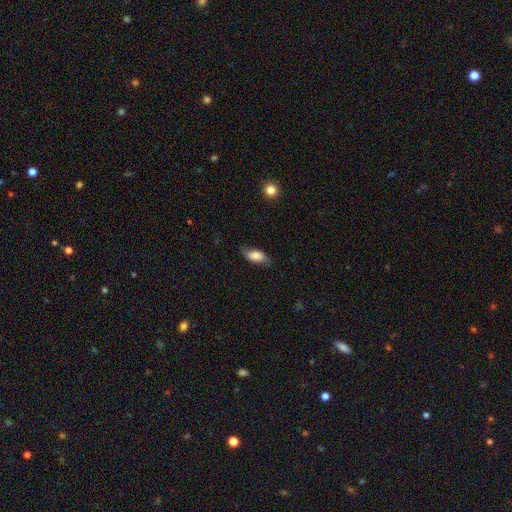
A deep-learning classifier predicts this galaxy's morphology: smooth-or-featured: smooth: 71% | featured or disk: 21% | star or artifact: 7%
  how-rounded: in between: 86% | cigar-shaped: 10% | round: 4%
  merging: none: 71% | minor disturbance: 22% | major disturbance: 6% | merger: 1%